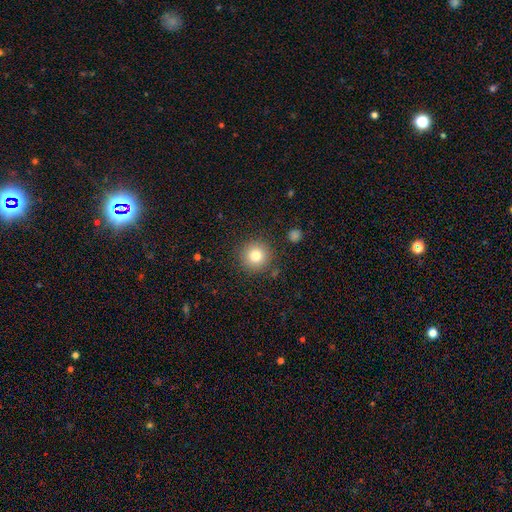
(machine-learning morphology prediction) Smooth or featured: smooth — 78% (star or artifact — 12%)
How rounded: round — 95% (in between — 4%)
Merging: none — 88% (minor disturbance — 7%)